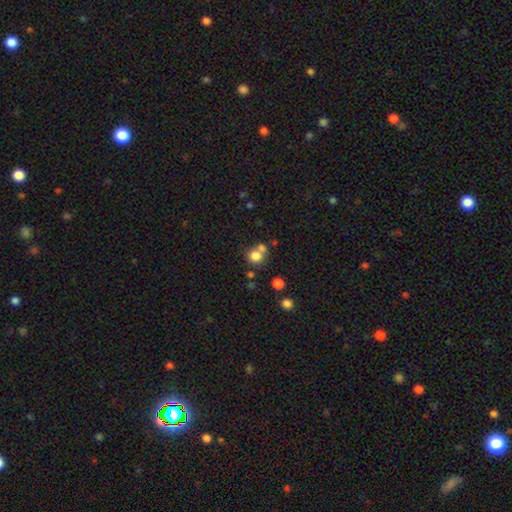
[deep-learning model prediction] smooth 80%, star or artifact 12%, featured or disk 8%. Down the decision tree: how rounded — round (84%); merging — none (53%).